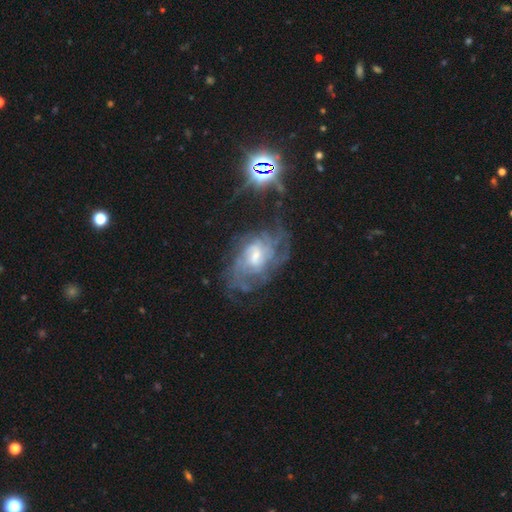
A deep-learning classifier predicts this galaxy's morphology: Q: Smooth or featured?
A: featured or disk (80%); runner-up: smooth (10%)
Q: Edge-on disk?
A: no (96%); runner-up: yes (4%)
Q: Bar?
A: weak (49%); runner-up: no (41%)
Q: Spiral arms?
A: yes (90%); runner-up: no (10%)
Q: Spiral winding?
A: tight (49%); runner-up: medium (37%)
Q: Spiral arm count?
A: can't tell (49%); runner-up: 4 (14%)
Q: Bulge size?
A: moderate (44%); runner-up: small (41%)
Q: Merging?
A: none (57%); runner-up: minor disturbance (20%)